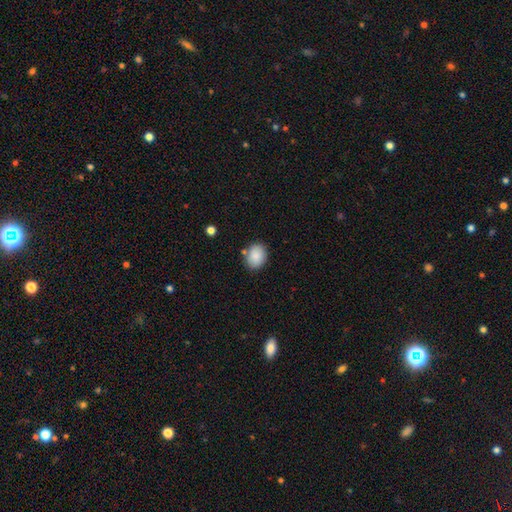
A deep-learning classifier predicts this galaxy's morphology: Smooth or featured: smooth — 87% (star or artifact — 7%)
How rounded: in between — 55% (round — 44%)
Merging: none — 79% (minor disturbance — 13%)